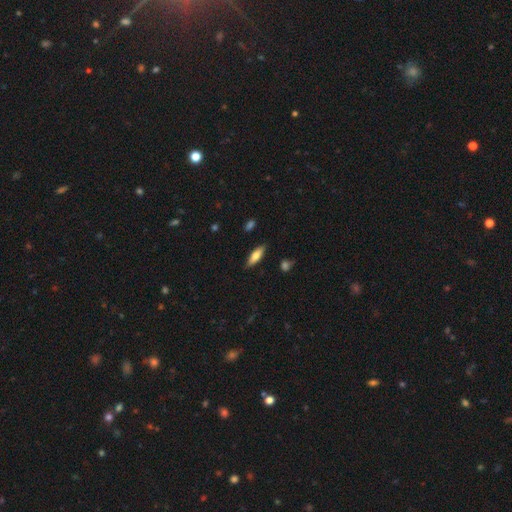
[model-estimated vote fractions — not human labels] This is likely a smooth galaxy (73%). How rounded: possibly in between (57%). Merging: clearly none (85%).